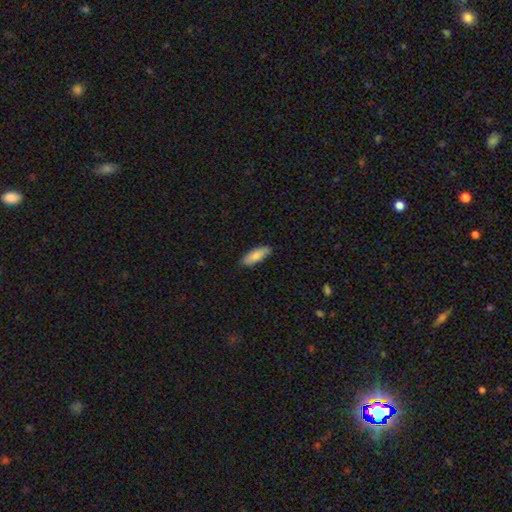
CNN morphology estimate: Smooth or featured?
  - smooth: 86% *
  - featured or disk: 8%
  - star or artifact: 6%
How rounded?
  - in between: 63% *
  - cigar-shaped: 35%
  - round: 2%
Merging?
  - none: 87% *
  - minor disturbance: 10%
  - major disturbance: 2%
  - merger: 1%